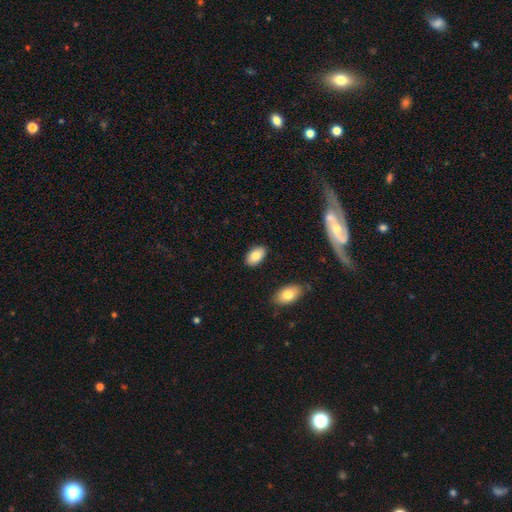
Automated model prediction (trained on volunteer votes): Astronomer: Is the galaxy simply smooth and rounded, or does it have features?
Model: smooth — 82%.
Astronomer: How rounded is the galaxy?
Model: in between — 94%.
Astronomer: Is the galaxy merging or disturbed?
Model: none — 87%.